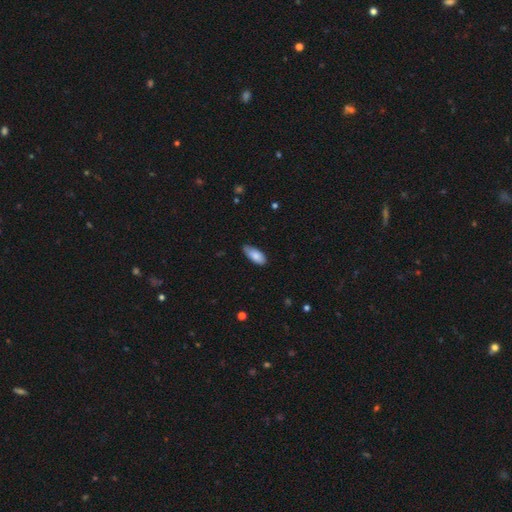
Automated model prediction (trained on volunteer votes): Q: Smooth or featured?
A: smooth (83%); runner-up: featured or disk (11%)
Q: How rounded?
A: in between (87%); runner-up: cigar-shaped (11%)
Q: Merging?
A: none (71%); runner-up: minor disturbance (25%)